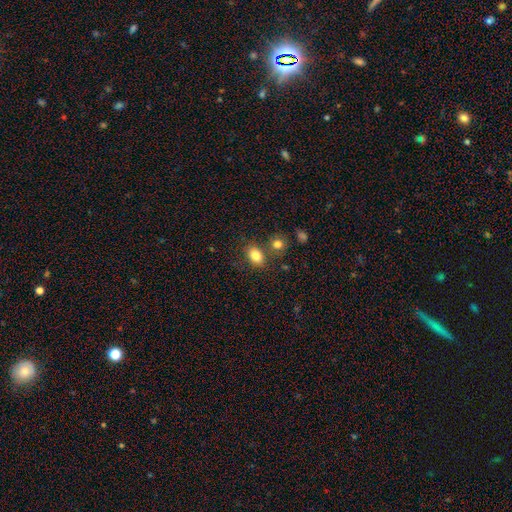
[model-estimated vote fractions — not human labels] smooth-or-featured: smooth: 82% | star or artifact: 10% | featured or disk: 8%
  how-rounded: in between: 77% | round: 21% | cigar-shaped: 2%
  merging: none: 71% | merger: 14% | minor disturbance: 12% | major disturbance: 3%